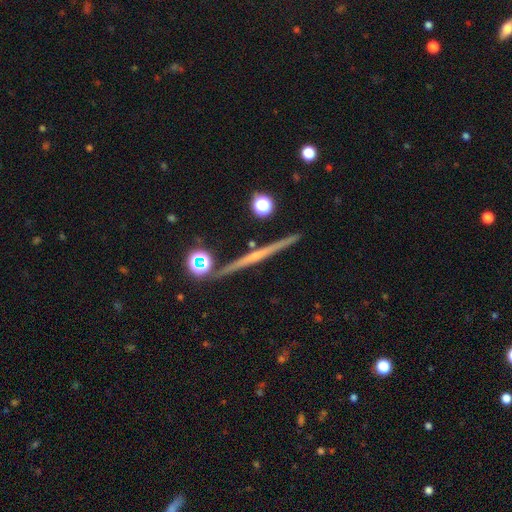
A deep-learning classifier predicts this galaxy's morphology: smooth-or-featured: featured or disk: 73% | smooth: 18% | star or artifact: 9%
  disk-edge-on: yes: 98% | no: 2%
    edge-on-bulge: none: 52% | rounded: 40% | boxy: 8%
  merging: none: 90% | minor disturbance: 6% | merger: 3% | major disturbance: 2%